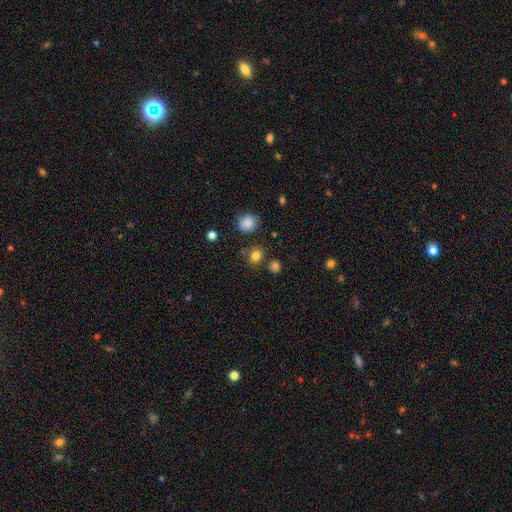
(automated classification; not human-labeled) Morphology: type=smooth (81%); roundness=round (80%); merging=none (79%).